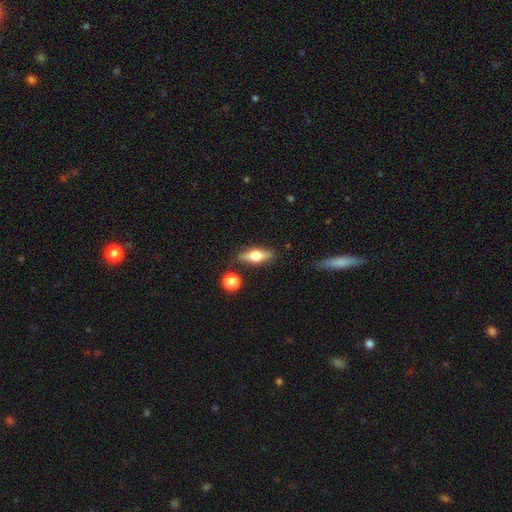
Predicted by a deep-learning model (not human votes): Smooth or featured? Predicted: featured or disk (p=0.51). Edge-on disk? Predicted: yes (p=0.91). Merging? Predicted: none (p=0.81).